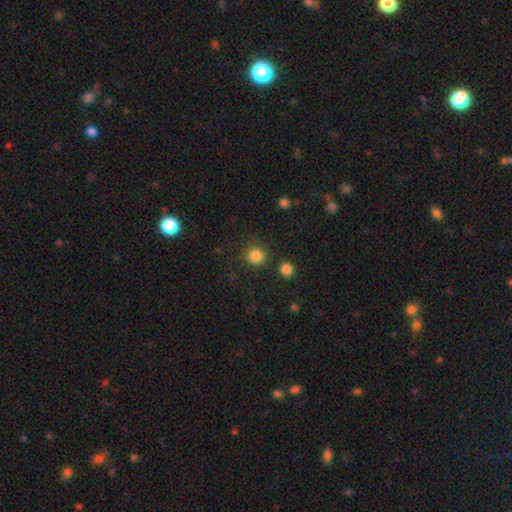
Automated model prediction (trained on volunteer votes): Smooth or featured? Predicted: smooth (p=0.84). How rounded? Predicted: round (p=0.92). Merging? Predicted: none (p=0.85).